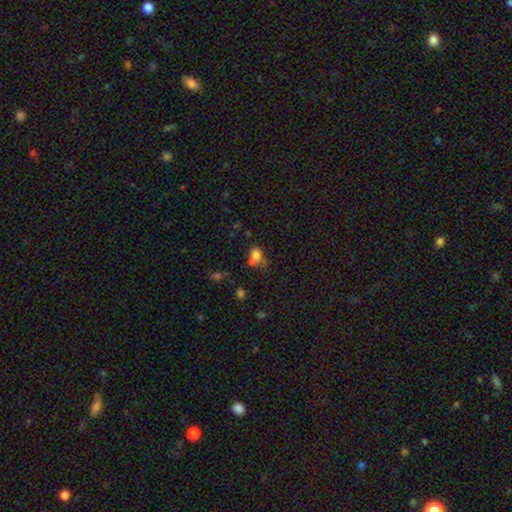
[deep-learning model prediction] Smooth or featured? smooth (75%)
How rounded? in between (53%)
Merging? none (38%)